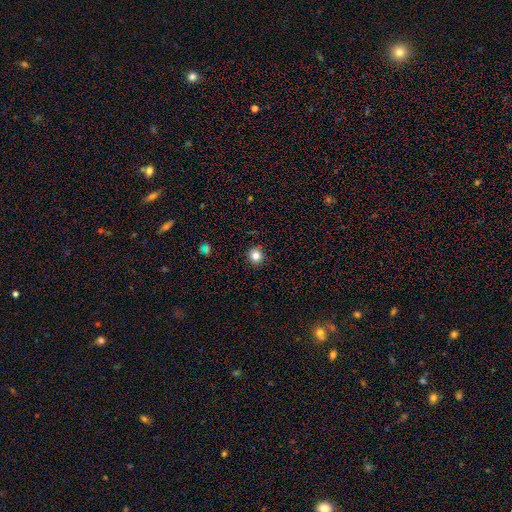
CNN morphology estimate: Smooth or featured? smooth (82%)
How rounded? round (92%)
Merging? none (92%)